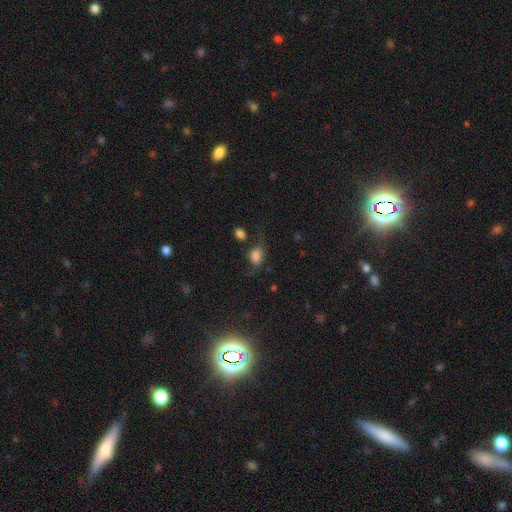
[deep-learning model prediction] A smooth galaxy with no disk features (73%) that is in between round and cigar-shaped (72%).

Vote fractions:
- Smooth or featured? smooth: 73% / featured or disk: 14% / star or artifact: 13%
- How rounded? in between: 72% / round: 26% / cigar-shaped: 2%
- Merging? none: 42% / minor disturbance: 27% / major disturbance: 22% / merger: 9%